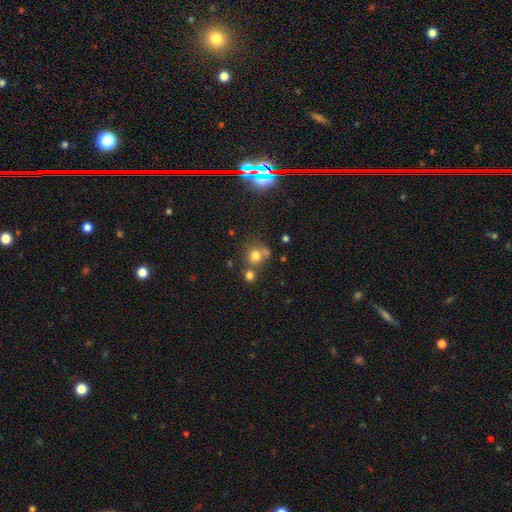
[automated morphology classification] Overall: smooth (72%). How rounded: round (83%). Merging: none (55%; merger 29%).